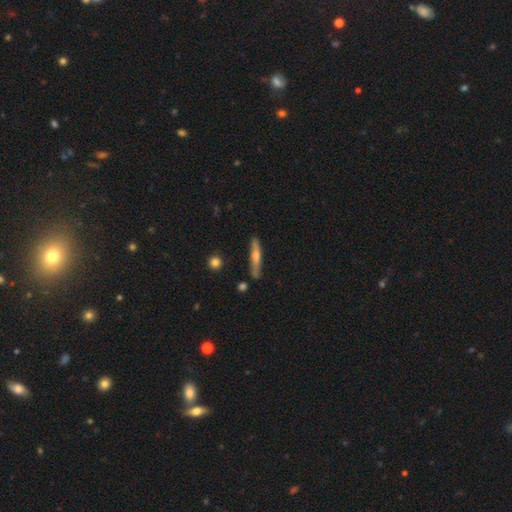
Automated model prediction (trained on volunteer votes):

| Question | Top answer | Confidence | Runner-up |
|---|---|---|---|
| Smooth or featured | featured or disk | 55% | smooth (39%) |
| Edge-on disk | yes | 94% | no (6%) |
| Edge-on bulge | rounded | 79% | none (15%) |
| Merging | none | 85% | minor disturbance (11%) |